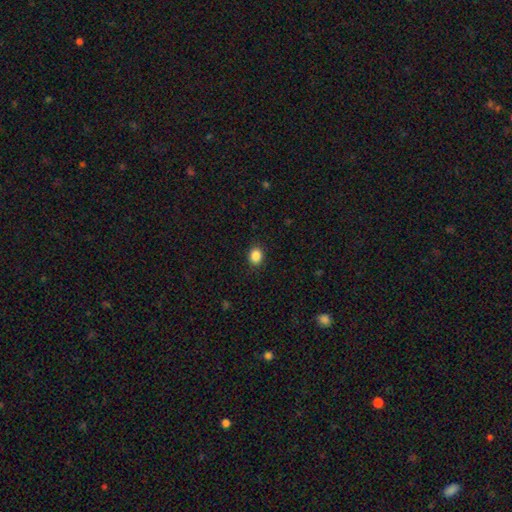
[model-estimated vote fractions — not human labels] smooth-or-featured: smooth: 87% | star or artifact: 10% | featured or disk: 3%
  how-rounded: round: 60% | in between: 40% | cigar-shaped: 1%
  merging: none: 90% | minor disturbance: 7% | major disturbance: 2% | merger: 1%